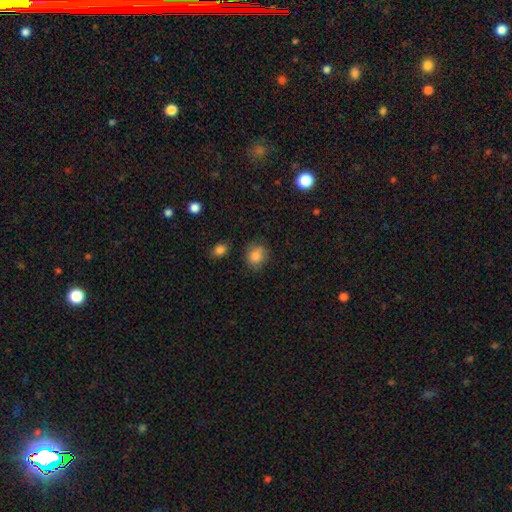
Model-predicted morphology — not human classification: This is clearly a smooth galaxy (85%). How rounded: likely round (65%). Merging: likely none (73%).